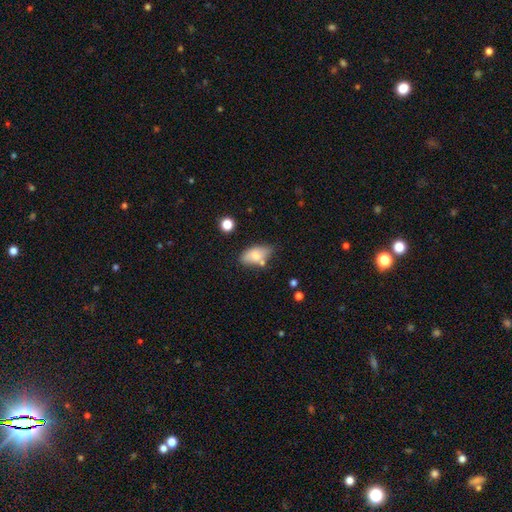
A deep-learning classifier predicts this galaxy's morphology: This appears to be a smooth galaxy with no disk features (76%) that is in between round and cigar-shaped (89%). Merging: none (60%).